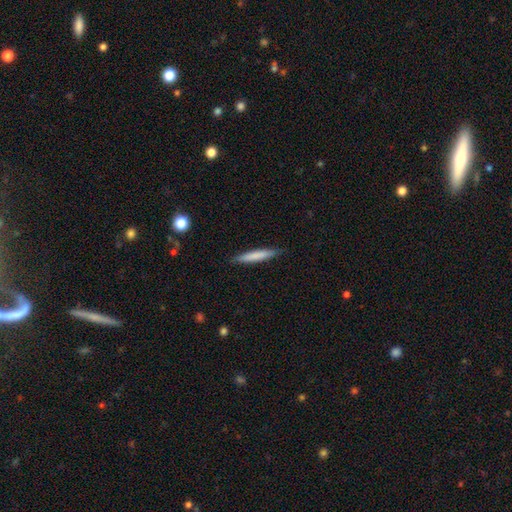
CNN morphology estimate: This is likely a smooth galaxy (75%). How rounded: clearly cigar-shaped (93%). Merging: clearly none (88%).